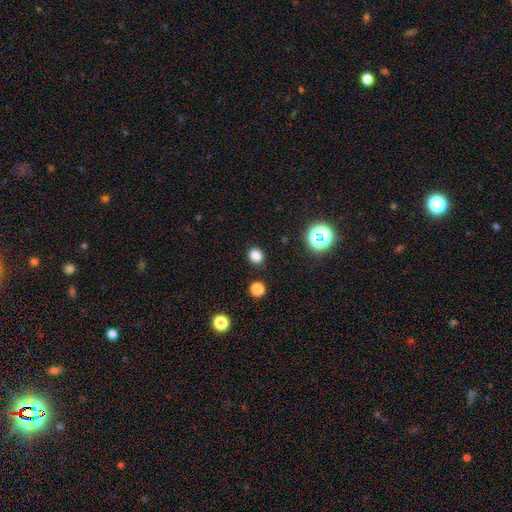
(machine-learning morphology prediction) The model was most divided on "how rounded": round: 62%, in between: 37%, cigar-shaped: 1%. More confident: merging — none (88%); smooth or featured — smooth (81%).